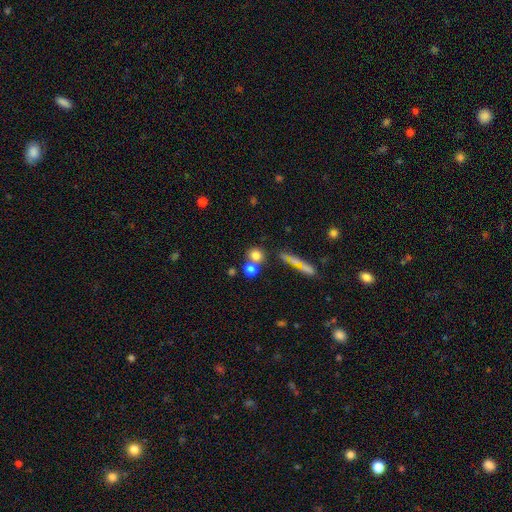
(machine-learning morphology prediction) Overall: smooth (76%). How rounded: round (83%). Merging: none (57%; merger 30%).